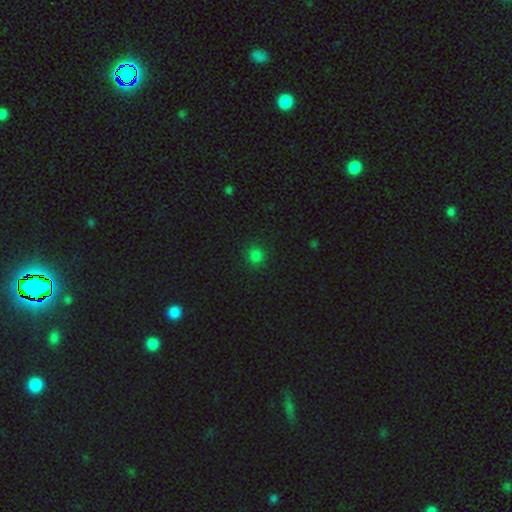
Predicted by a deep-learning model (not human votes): smooth_or_featured: smooth (p=0.80) [alt: star or artifact p=0.16]
how_rounded: round (p=0.91) [alt: in between p=0.08]
merging: none (p=0.90) [alt: minor disturbance p=0.07]